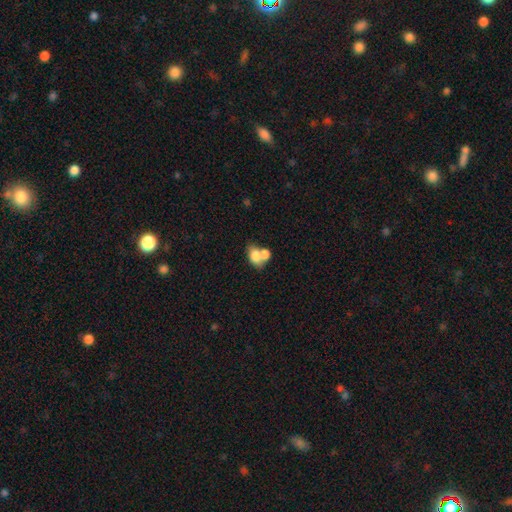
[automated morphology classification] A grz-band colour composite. It shows a smooth galaxy with no disk features (75%) that is in between round and cigar-shaped (77%). Merging: merger (60%).